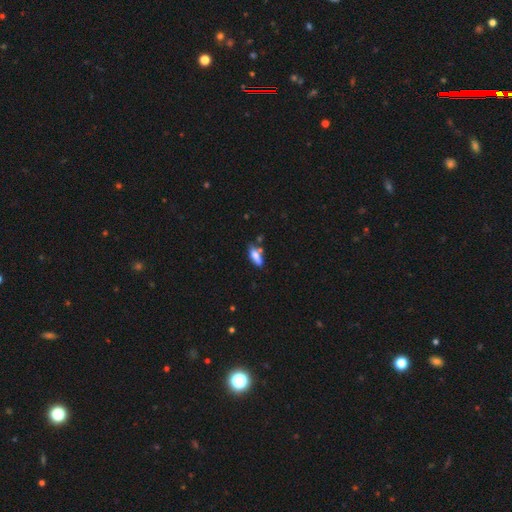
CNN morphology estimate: Overall: smooth (71%). How rounded: in between (70%). Merging: none (49%; minor disturbance 22%).